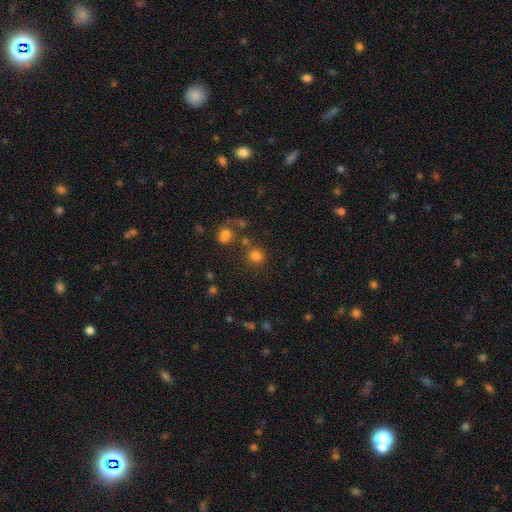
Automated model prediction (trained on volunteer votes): Smooth or featured: smooth — 79% (star or artifact — 15%)
How rounded: round — 91% (in between — 8%)
Merging: none — 75% (merger — 12%)